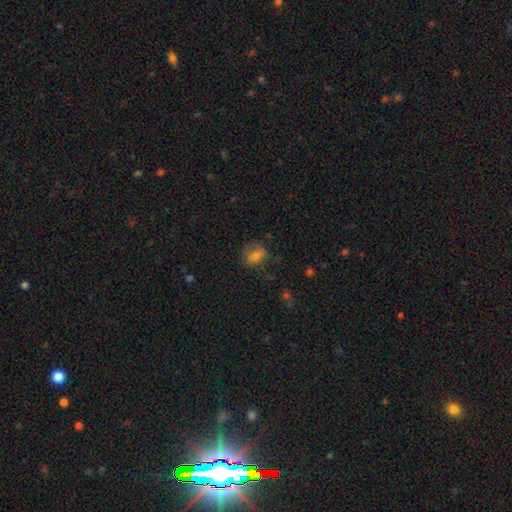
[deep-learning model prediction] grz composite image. It shows a smooth galaxy with no disk features (70%) that is in between round and cigar-shaped (57%). Merging: none (63%).